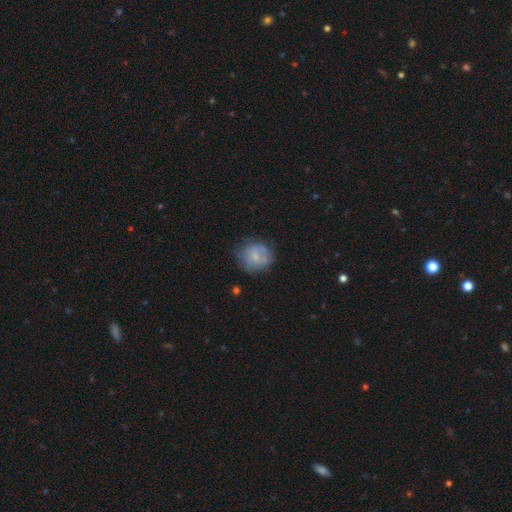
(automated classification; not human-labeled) This appears to be a smooth galaxy with no disk features (63%) that is round (87%). Merging: none (63%).